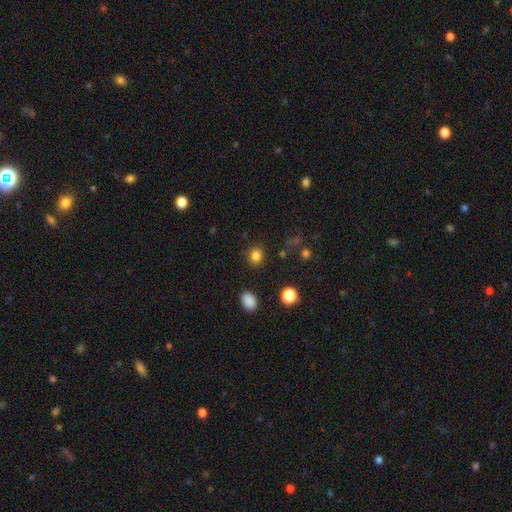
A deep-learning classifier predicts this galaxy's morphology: smooth_or_featured: smooth (p=0.83) [alt: star or artifact p=0.12]
how_rounded: round (p=0.71) [alt: in between p=0.28]
merging: none (p=0.87) [alt: minor disturbance p=0.08]